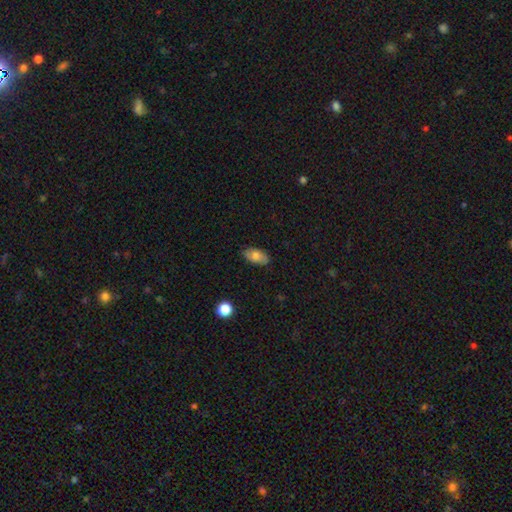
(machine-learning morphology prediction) smooth 68%, featured or disk 24%, star or artifact 8%. Down the decision tree: how rounded — in between (92%); merging — none (82%).